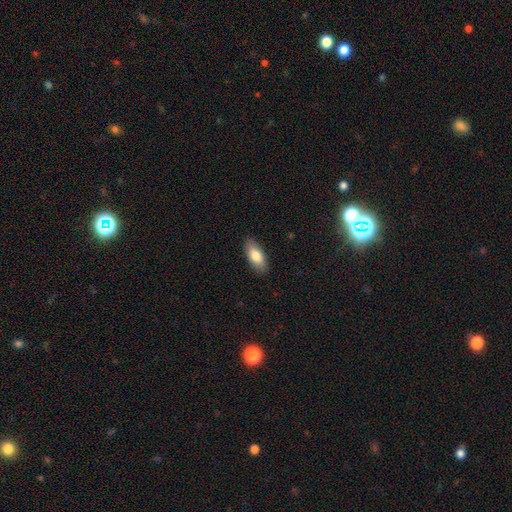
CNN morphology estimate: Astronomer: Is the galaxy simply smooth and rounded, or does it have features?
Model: smooth — 81%.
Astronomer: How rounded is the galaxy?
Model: in between — 85%.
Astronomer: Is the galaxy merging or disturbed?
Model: none — 87%.